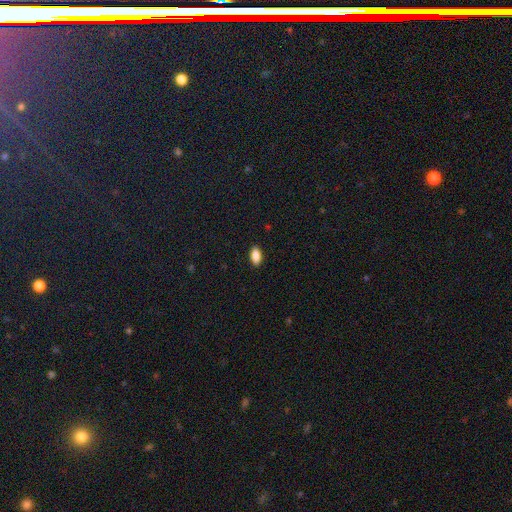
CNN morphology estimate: Overall: smooth (88%). How rounded: in between (91%). Merging: none (89%).